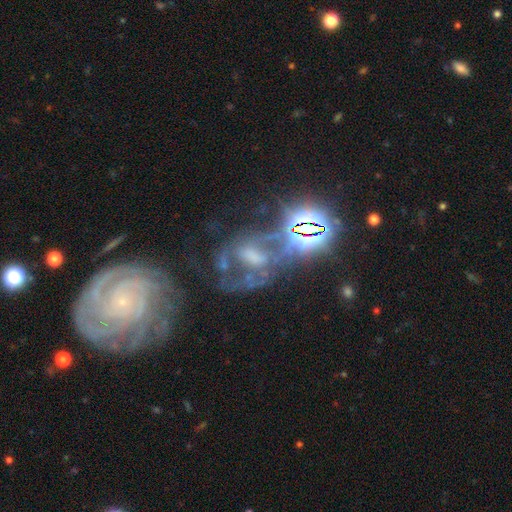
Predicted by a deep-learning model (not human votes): Smooth or featured: featured or disk — 67% (star or artifact — 22%)
Edge-on disk: no — 96% (yes — 4%)
Bar: no — 51% (weak — 30%)
Spiral arms: yes — 83% (no — 17%)
Spiral winding: tight — 59% (medium — 30%)
Spiral arm count: can't tell — 40% (2 — 29%)
Bulge size: small — 55% (moderate — 22%)
Merging: none — 35% (merger — 31%)